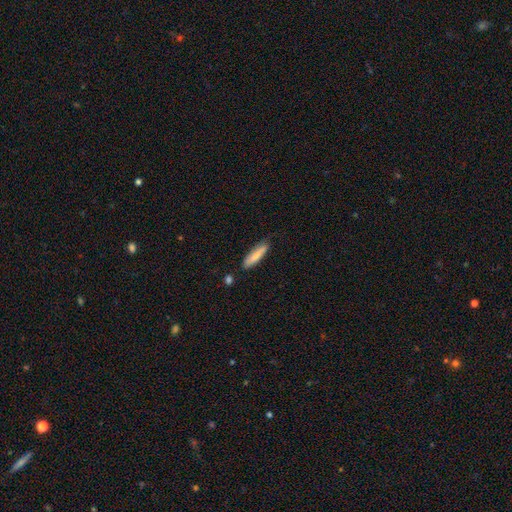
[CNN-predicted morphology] Q: Smooth or featured?
A: smooth (77%); runner-up: featured or disk (17%)
Q: How rounded?
A: cigar-shaped (73%); runner-up: in between (25%)
Q: Merging?
A: none (74%); runner-up: minor disturbance (19%)